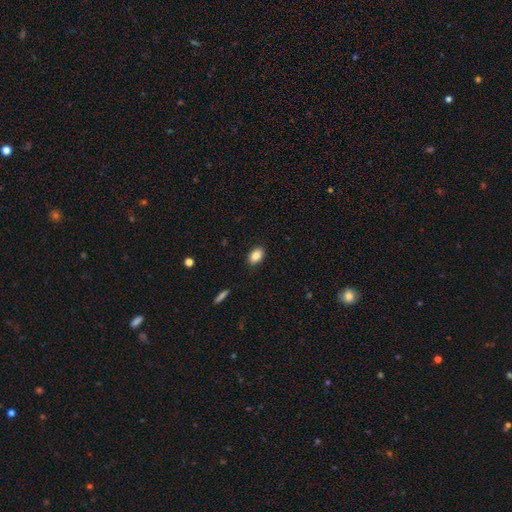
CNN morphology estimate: smooth-or-featured: smooth: 86% | star or artifact: 8% | featured or disk: 6%
  how-rounded: in between: 87% | round: 11% | cigar-shaped: 2%
  merging: none: 88% | minor disturbance: 9% | major disturbance: 2% | merger: 1%